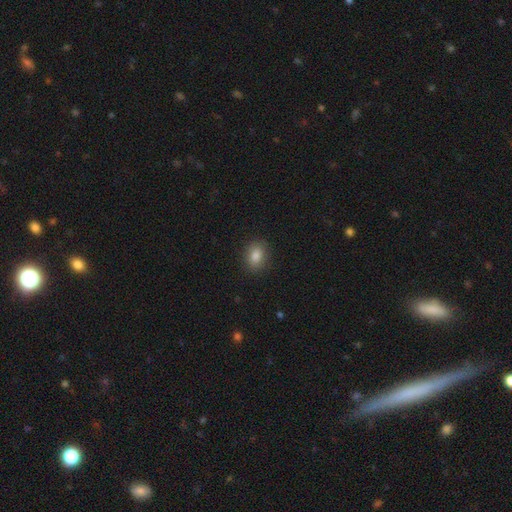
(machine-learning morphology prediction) This appears to be a smooth galaxy with no disk features (84%) that is in between round and cigar-shaped (64%). Merging: none (89%).